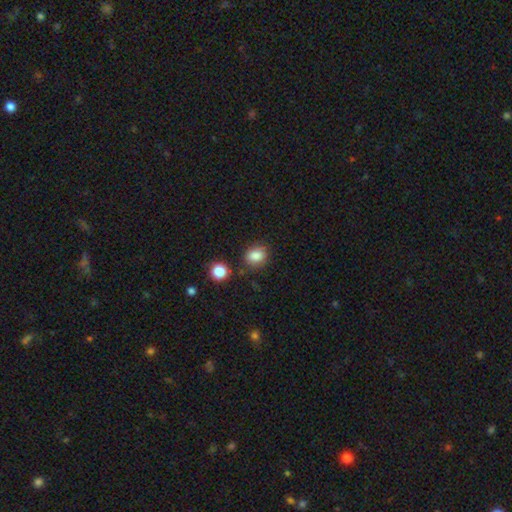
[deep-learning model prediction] smooth_or_featured: smooth (p=0.84) [alt: star or artifact p=0.10]
how_rounded: round (p=0.50) [alt: in between p=0.49]
merging: none (p=0.77) [alt: minor disturbance p=0.14]